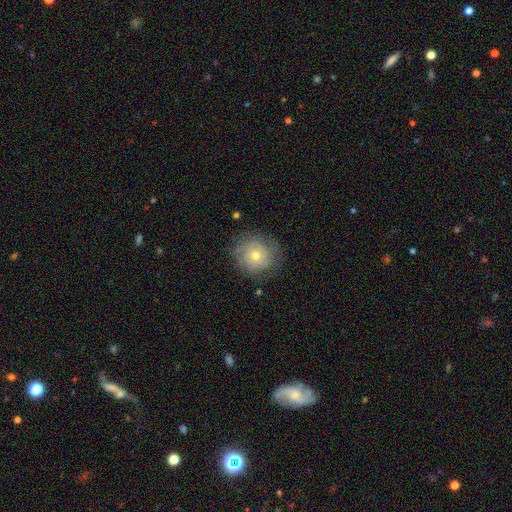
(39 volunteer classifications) Volunteers were most divided on "smooth or featured": featured or disk: 51%, smooth: 44%, star or artifact: 5%. More confident: edge-on disk — no (100%); bar — no (90%); spiral winding — tight (79%); merging — none (73%); spiral arms — yes (70%); bulge size — moderate (70%); spiral arm count — can't tell (64%).